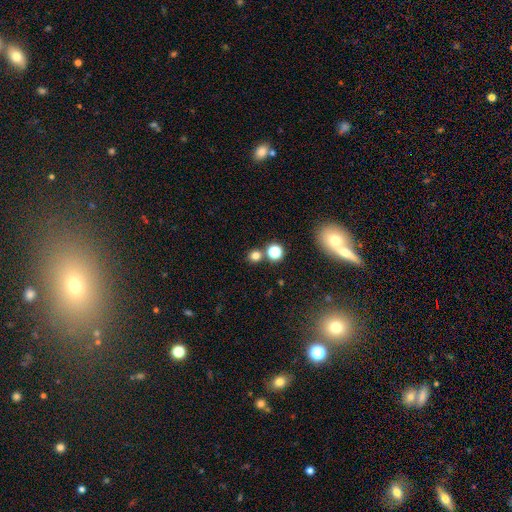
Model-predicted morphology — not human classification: Smooth or featured? Predicted: smooth (p=0.74). How rounded? Predicted: round (p=0.86). Merging? Predicted: none (p=0.76).